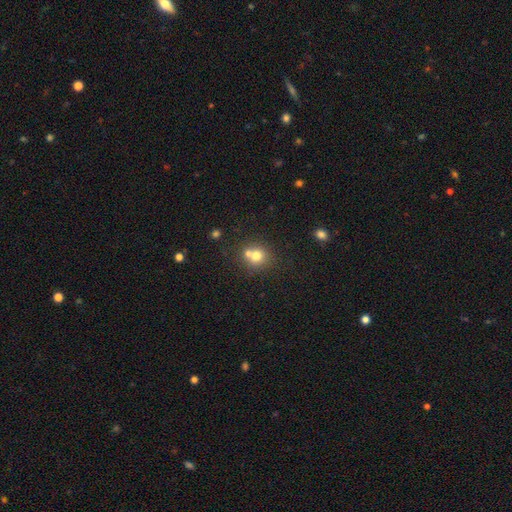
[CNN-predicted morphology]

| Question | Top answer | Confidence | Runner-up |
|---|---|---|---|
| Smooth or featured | smooth | 73% | featured or disk (14%) |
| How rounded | round | 84% | in between (15%) |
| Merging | none | 50% | merger (40%) |